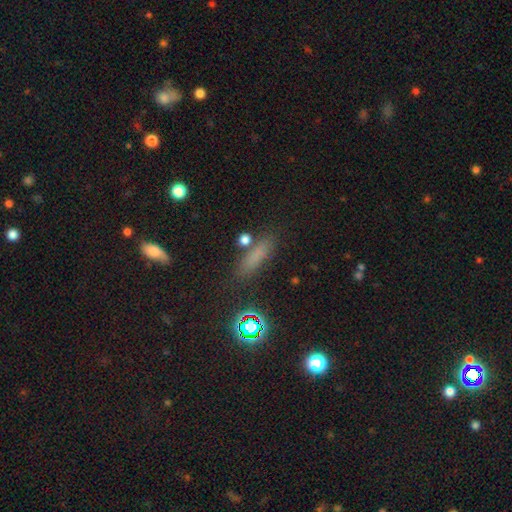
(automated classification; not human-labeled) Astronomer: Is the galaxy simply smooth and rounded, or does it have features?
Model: smooth — 70%.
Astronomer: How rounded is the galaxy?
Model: cigar-shaped — 67%.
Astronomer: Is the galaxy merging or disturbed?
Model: none — 79%.